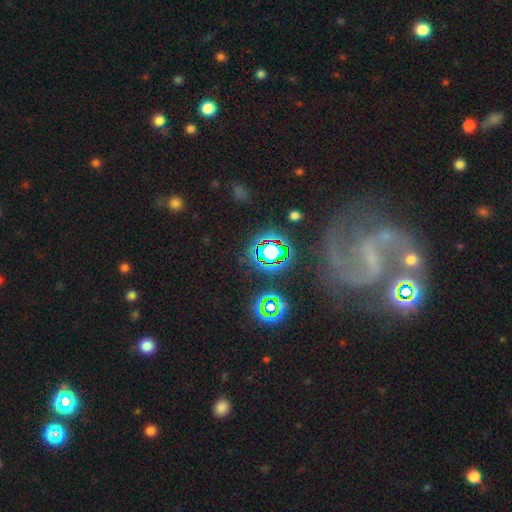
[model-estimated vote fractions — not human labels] Morphology: type=featured or disk (73%); edge-on=no (97%); bar=weak (41%); spiral arms=yes (93%); winding=medium (49%); arm count=2 (86%); bulge=small (59%); merging=none (67%).